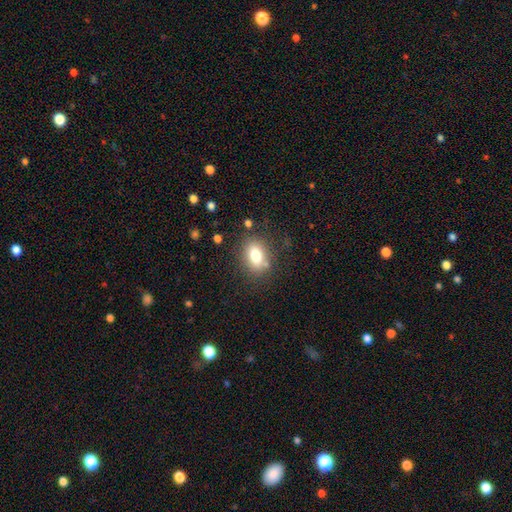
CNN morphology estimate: A smooth galaxy with no disk features (77%) that is in between round and cigar-shaped (70%).

Vote fractions:
- Smooth or featured? smooth: 77% / featured or disk: 13% / star or artifact: 10%
- How rounded? in between: 70% / round: 29% / cigar-shaped: 2%
- Merging? none: 78% / minor disturbance: 13% / major disturbance: 5% / merger: 4%